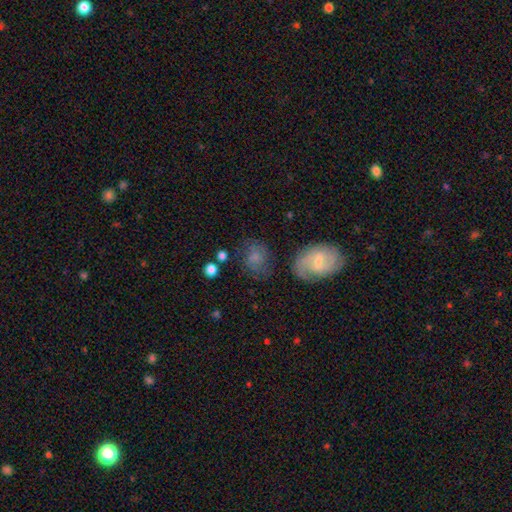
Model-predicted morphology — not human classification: type=smooth (59%); roundness=round (59%); merging=none (64%).